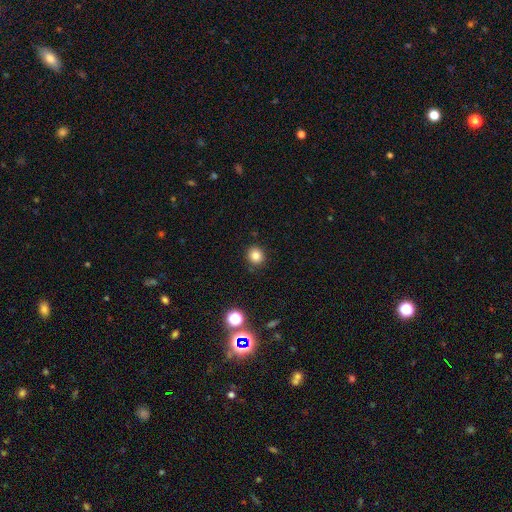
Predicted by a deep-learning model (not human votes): Smooth or featured: smooth — 82% (star or artifact — 13%)
How rounded: round — 86% (in between — 13%)
Merging: none — 89% (minor disturbance — 7%)